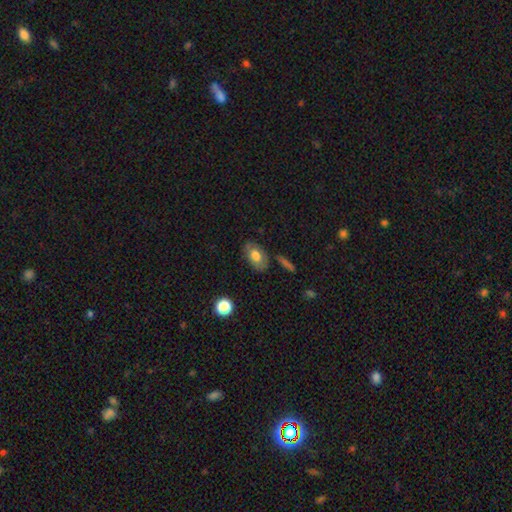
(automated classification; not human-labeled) Q: Smooth or featured?
A: smooth (69%); runner-up: featured or disk (23%)
Q: How rounded?
A: in between (88%); runner-up: round (11%)
Q: Merging?
A: none (76%); runner-up: minor disturbance (17%)